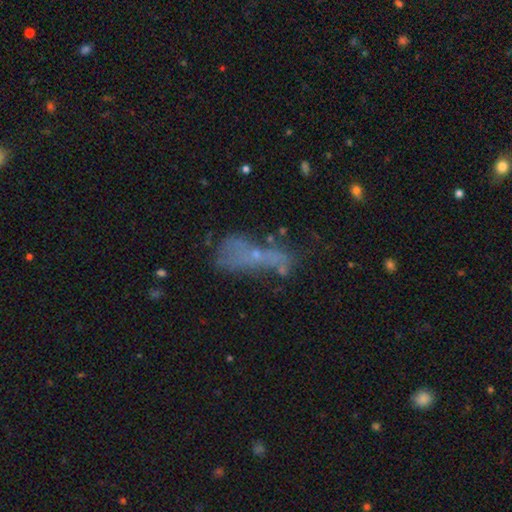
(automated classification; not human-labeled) Smooth or featured? smooth (38%)
Merging? none (34%)